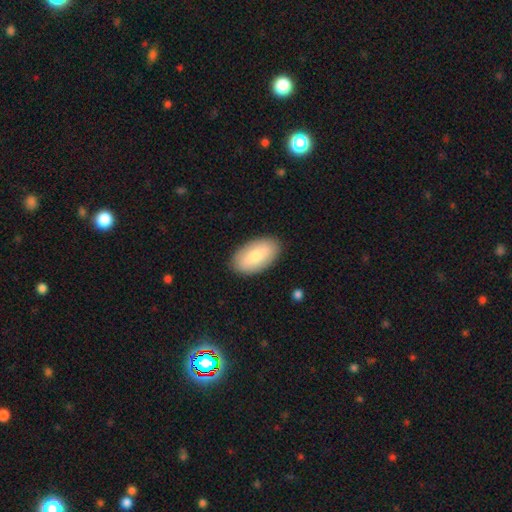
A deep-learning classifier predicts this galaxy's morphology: Smooth or featured: smooth — 74% (featured or disk — 20%)
How rounded: in between — 95% (round — 3%)
Merging: none — 88% (minor disturbance — 9%)